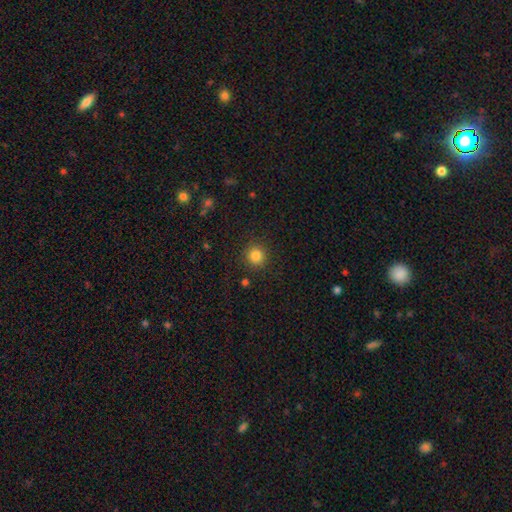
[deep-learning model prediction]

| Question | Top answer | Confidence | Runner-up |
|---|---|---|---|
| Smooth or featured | smooth | 84% | star or artifact (12%) |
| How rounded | round | 93% | in between (7%) |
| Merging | none | 90% | minor disturbance (6%) |